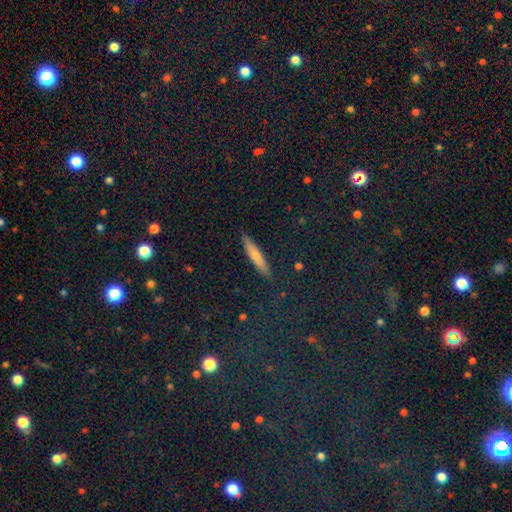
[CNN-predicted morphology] type=smooth (63%); roundness=cigar-shaped (87%); merging=none (89%).